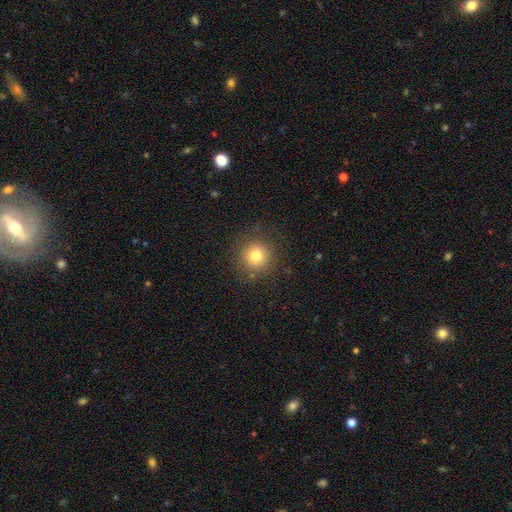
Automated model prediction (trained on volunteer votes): smooth_or_featured: smooth (p=0.78) [alt: star or artifact p=0.13]
how_rounded: round (p=0.94) [alt: in between p=0.05]
merging: none (p=0.87) [alt: minor disturbance p=0.08]